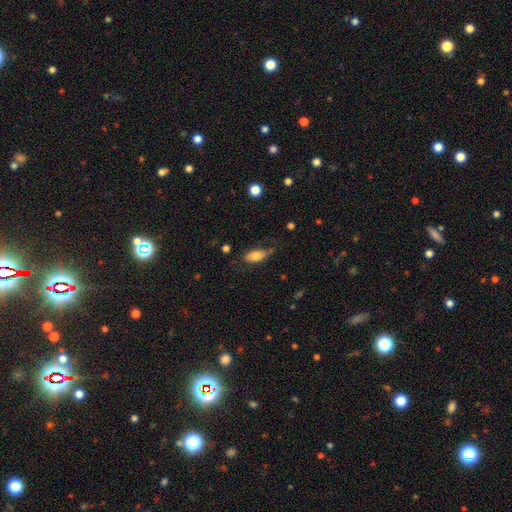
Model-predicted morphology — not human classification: Q: Smooth or featured?
A: smooth (74%); runner-up: featured or disk (19%)
Q: How rounded?
A: in between (88%); runner-up: cigar-shaped (9%)
Q: Merging?
A: none (64%); runner-up: minor disturbance (24%)